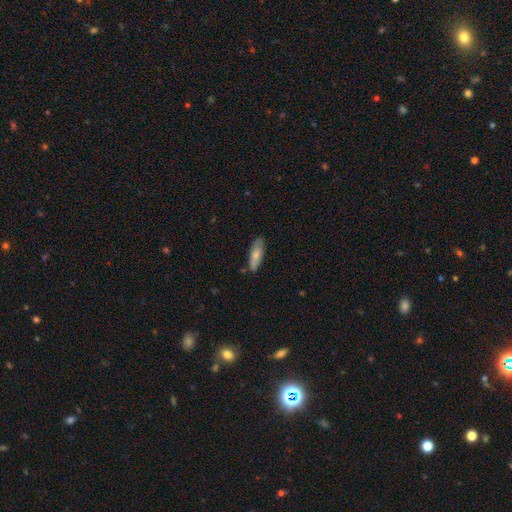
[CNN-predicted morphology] This is likely a smooth galaxy (74%). How rounded: possibly in between (55%). Merging: likely none (77%).